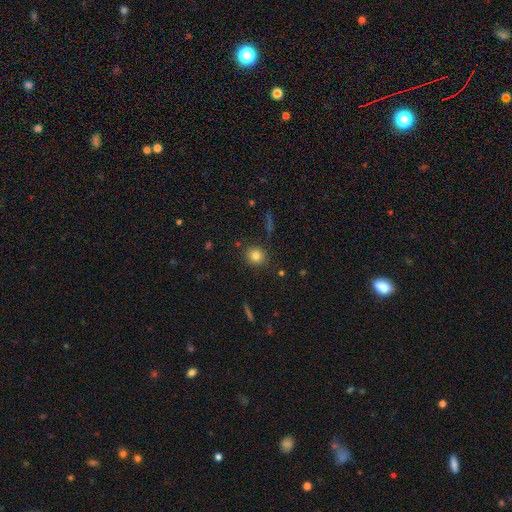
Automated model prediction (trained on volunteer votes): This is clearly a smooth galaxy (81%). How rounded: clearly round (83%). Merging: clearly none (86%).